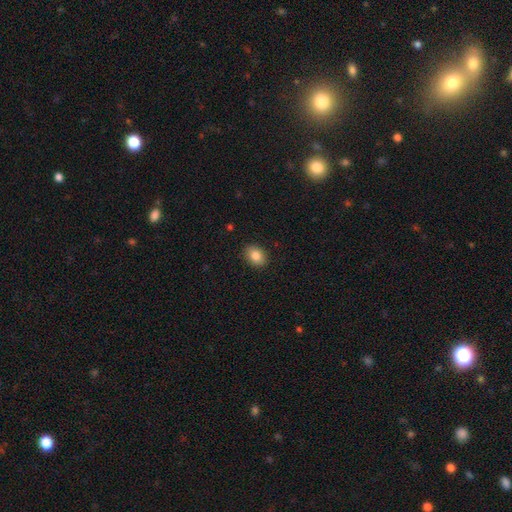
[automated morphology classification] A smooth galaxy with no disk features (85%) that is in between round and cigar-shaped (69%). Merging: none (89%).